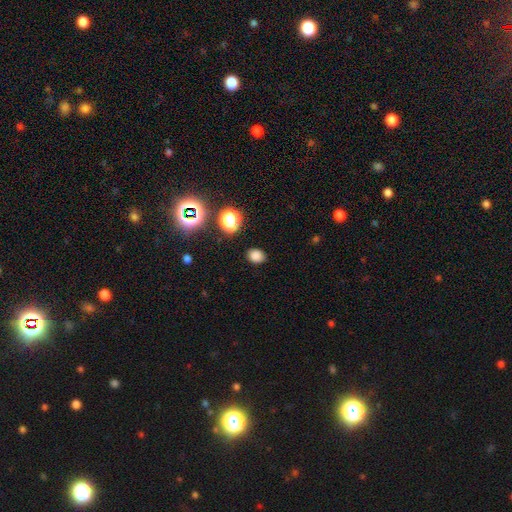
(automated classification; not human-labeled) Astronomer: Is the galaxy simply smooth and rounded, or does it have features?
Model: smooth — 79%.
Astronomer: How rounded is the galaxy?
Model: in between — 55% (runner-up: round, 44%).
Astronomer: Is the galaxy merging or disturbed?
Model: none — 86%.